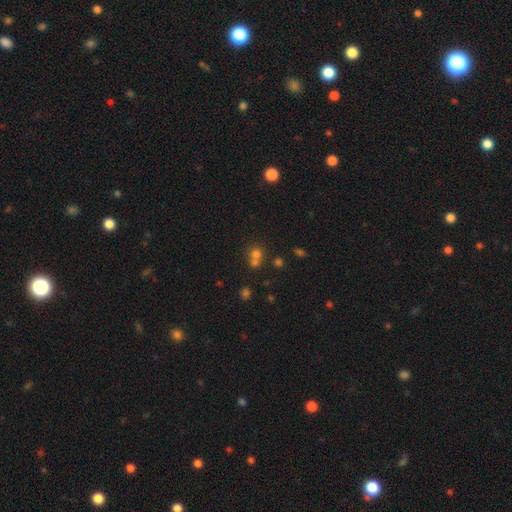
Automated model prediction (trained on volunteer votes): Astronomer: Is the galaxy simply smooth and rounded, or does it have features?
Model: smooth — 67%.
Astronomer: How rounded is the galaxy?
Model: round — 83%.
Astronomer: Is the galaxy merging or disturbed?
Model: merger — 50% (runner-up: none, 41%).